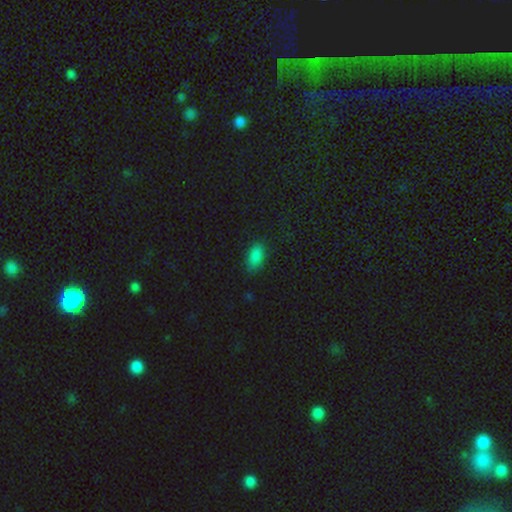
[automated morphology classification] Q: Smooth or featured?
A: smooth (85%); runner-up: star or artifact (10%)
Q: How rounded?
A: in between (91%); runner-up: round (4%)
Q: Merging?
A: none (80%); runner-up: minor disturbance (15%)